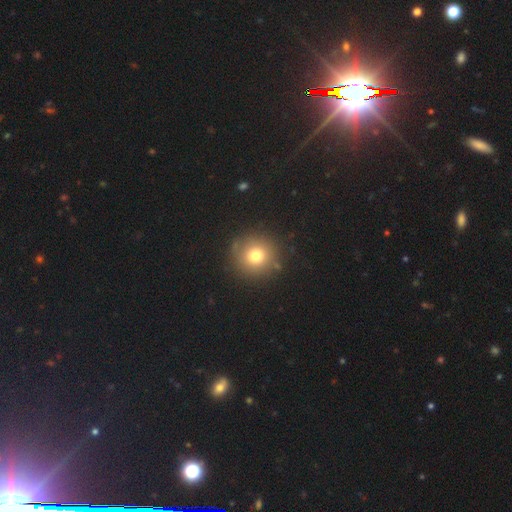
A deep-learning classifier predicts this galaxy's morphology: Q: Smooth or featured?
A: smooth (75%); runner-up: star or artifact (14%)
Q: How rounded?
A: round (94%); runner-up: in between (5%)
Q: Merging?
A: none (87%); runner-up: minor disturbance (8%)